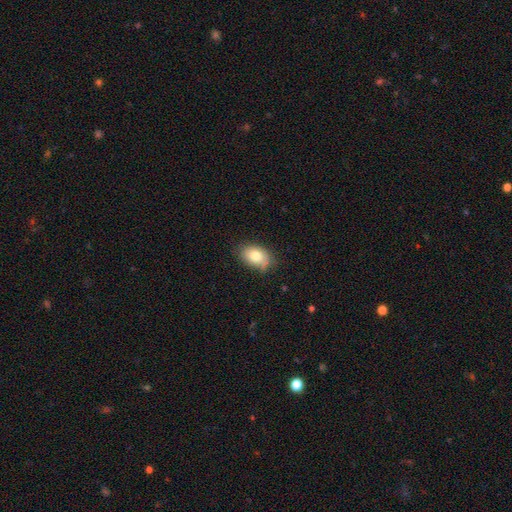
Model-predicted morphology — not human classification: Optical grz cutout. It shows a smooth galaxy with no disk features (80%) that is in between round and cigar-shaped (85%). Merging: none (69%).